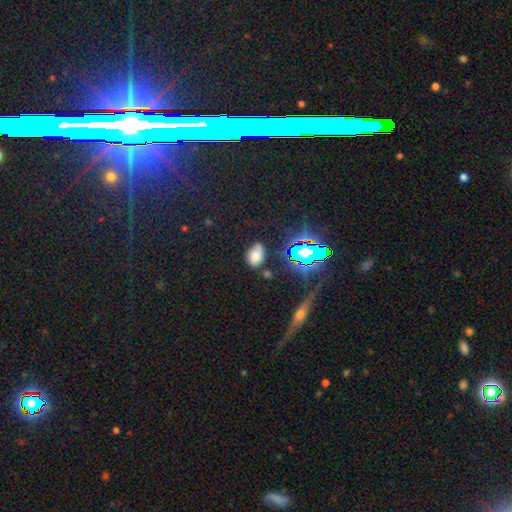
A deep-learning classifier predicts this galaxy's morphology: smooth-or-featured: smooth: 68% | star or artifact: 21% | featured or disk: 11%
  how-rounded: in between: 83% | round: 15% | cigar-shaped: 2%
  merging: none: 65% | minor disturbance: 23% | major disturbance: 7% | merger: 5%